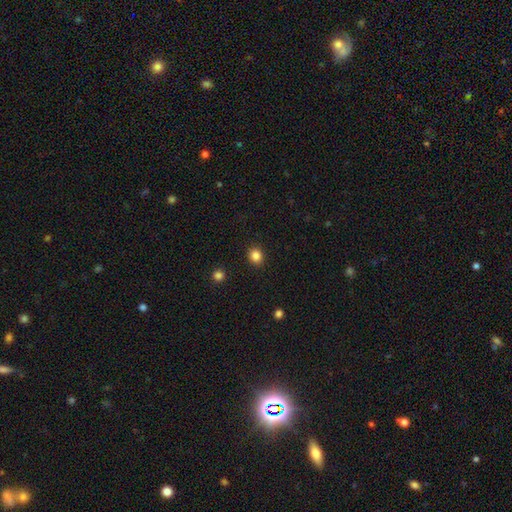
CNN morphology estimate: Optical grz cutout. It shows a smooth galaxy with no disk features (85%) that is round (81%). Merging: none (91%).